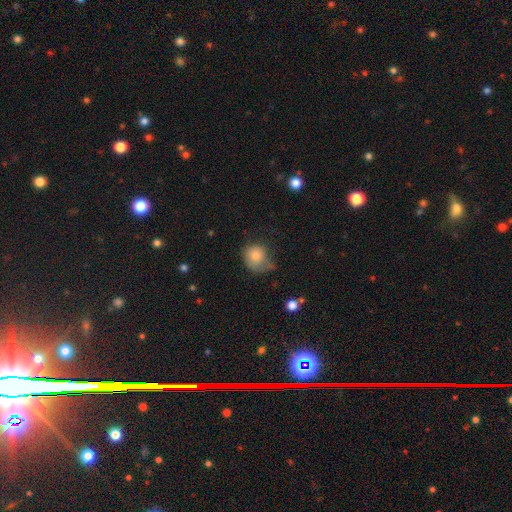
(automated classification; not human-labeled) smooth_or_featured: smooth (p=0.81) [alt: featured or disk p=0.10]
how_rounded: round (p=0.75) [alt: in between p=0.24]
merging: none (p=0.38) [alt: minor disturbance p=0.34]